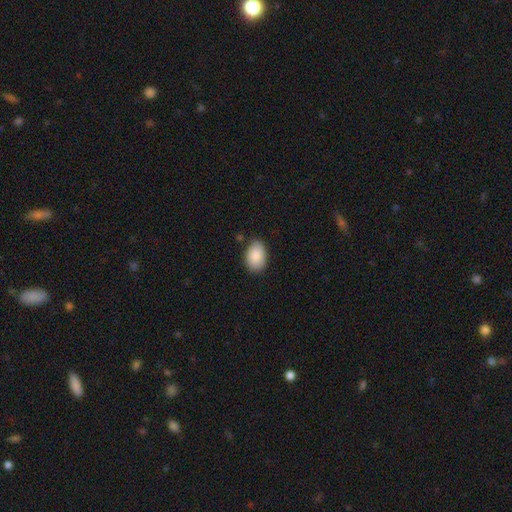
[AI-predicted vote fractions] Morphology: type=smooth (89%); roundness=in between (88%); merging=none (80%).